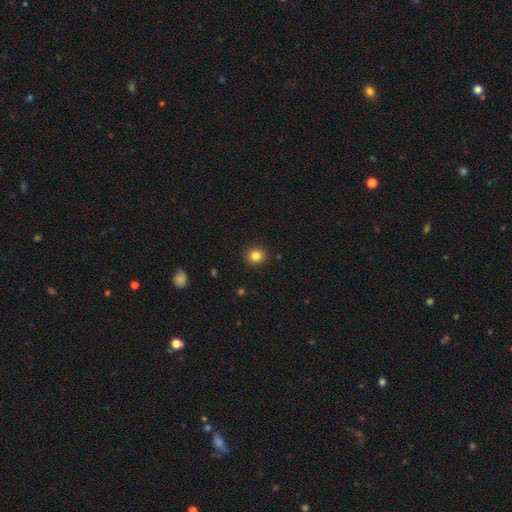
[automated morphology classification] type=smooth (84%); roundness=round (89%); merging=none (92%).